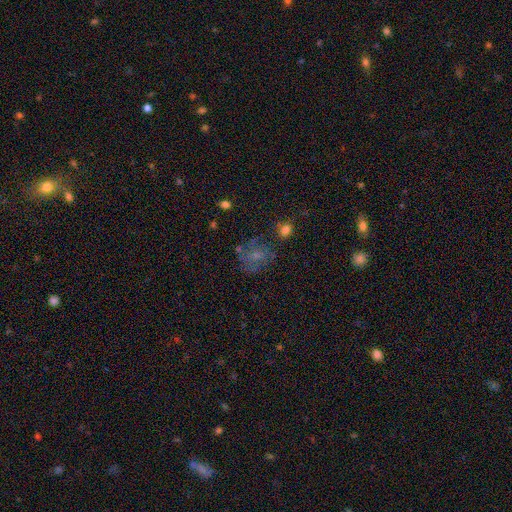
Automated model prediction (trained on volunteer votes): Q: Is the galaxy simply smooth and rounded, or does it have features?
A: smooth — 52%.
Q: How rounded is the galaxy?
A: round — 63%.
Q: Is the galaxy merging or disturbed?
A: none — 59%.